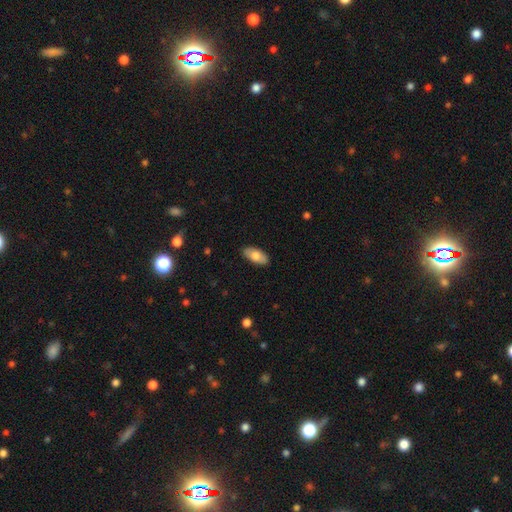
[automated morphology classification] Smooth or featured? Predicted: smooth (p=0.75). How rounded? Predicted: in between (p=0.91). Merging? Predicted: none (p=0.88).